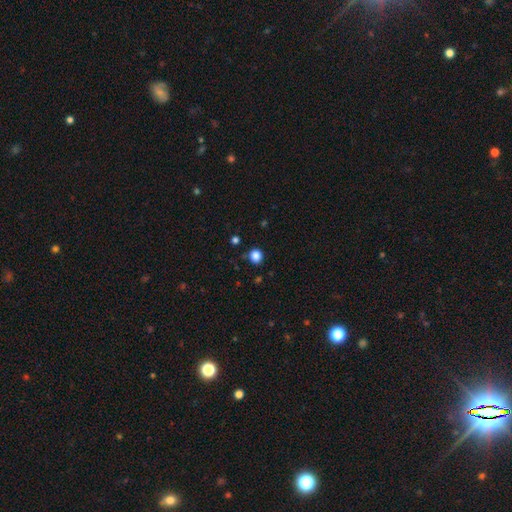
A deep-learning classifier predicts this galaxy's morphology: The model was most divided on "smooth or featured": smooth: 85%, star or artifact: 12%, featured or disk: 3%. More confident: how rounded — round (87%); merging — none (84%).